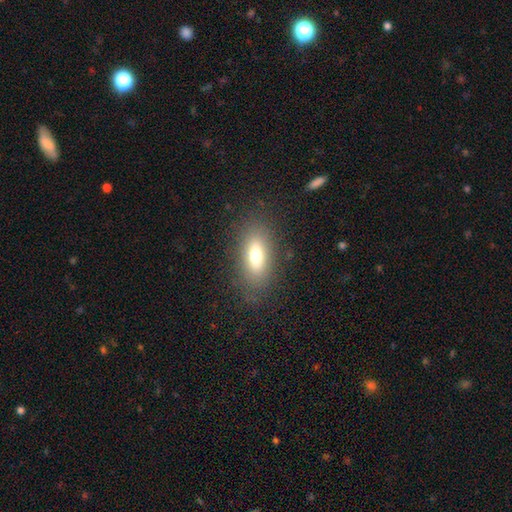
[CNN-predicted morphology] Smooth or featured? Predicted: smooth (p=0.72). How rounded? Predicted: in between (p=0.78). Merging? Predicted: none (p=0.84).